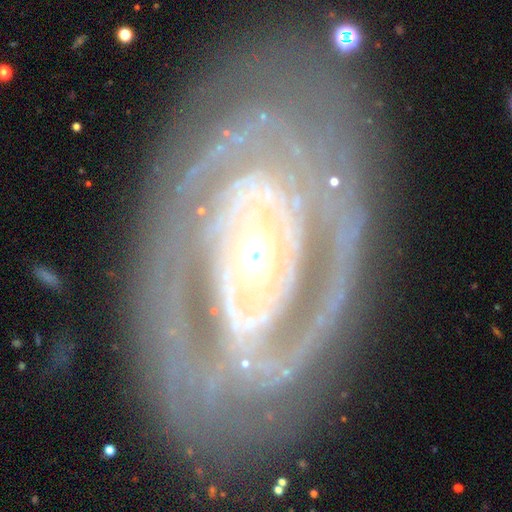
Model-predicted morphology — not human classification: Smooth or featured?
  - featured or disk: 87% *
  - smooth: 7%
  - star or artifact: 5%
Edge-on disk?
  - no: 94% *
  - yes: 6%
Bar?
  - no: 64% *
  - weak: 19%
  - strong: 16%
Spiral arms?
  - yes: 87% *
  - no: 13%
Spiral winding?
  - tight: 76% *
  - medium: 19%
  - loose: 5%
Spiral arm count?
  - 2: 39% *
  - can't tell: 29%
  - 3: 13%
  - 4: 7%
  - more than 4: 6%
  - 1: 6%
Bulge size?
  - small: 49% *
  - moderate: 42%
  - large: 6%
  - dominant: 2%
  - none: 1%
Merging?
  - none: 80% *
  - minor disturbance: 13%
  - major disturbance: 6%
  - merger: 1%